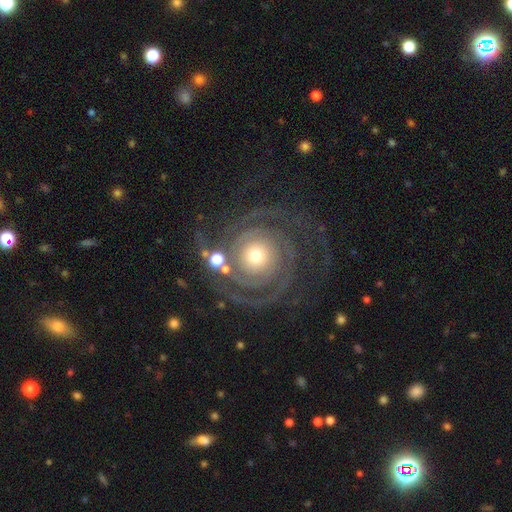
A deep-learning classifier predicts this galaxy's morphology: This appears to be a featured or disk galaxy (89%) with no bar (83%), 2 (61%) tight (77%) spiral arms (97%) and a moderate central bulge (55%). Merging: none (70%).